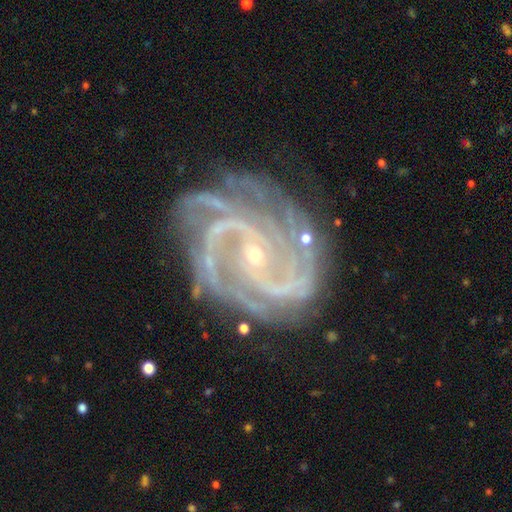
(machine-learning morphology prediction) The model was most divided on "spiral winding": medium: 47%, tight: 44%, loose: 9%. Remaining: spiral arms — yes (99%); edge-on disk — no (98%); smooth or featured — featured or disk (92%); bulge size — small (87%); merging — none (69%); bar — no (46%); spiral arm count — 2 (39%).